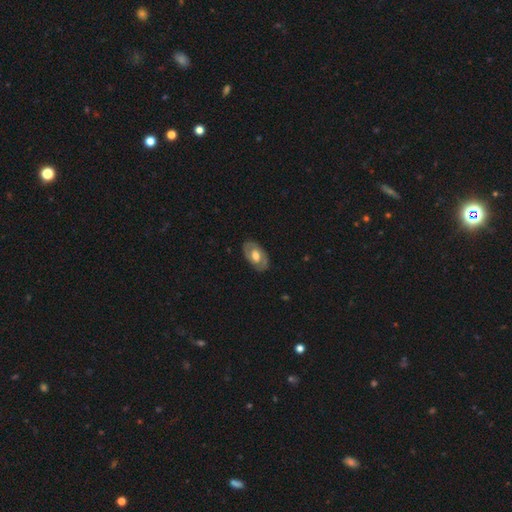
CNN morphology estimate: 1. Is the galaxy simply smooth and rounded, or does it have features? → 63% featured or disk, 32% smooth, 5% star or artifact.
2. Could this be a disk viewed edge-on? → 93% no, 7% yes.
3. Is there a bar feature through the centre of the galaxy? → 53% no, 35% weak, 12% strong.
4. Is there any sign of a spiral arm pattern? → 56% yes, 44% no.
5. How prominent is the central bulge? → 65% moderate, 23% large, 9% small, 1% none, 1% dominant.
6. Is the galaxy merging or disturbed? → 84% none, 12% minor disturbance, 3% major disturbance, 1% merger.